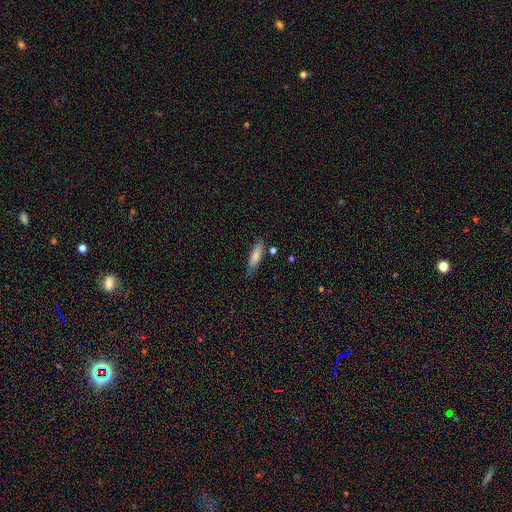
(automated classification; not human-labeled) smooth_or_featured: smooth (p=0.79) [alt: featured or disk p=0.14]
how_rounded: cigar-shaped (p=0.61) [alt: in between p=0.37]
merging: none (p=0.71) [alt: minor disturbance p=0.21]